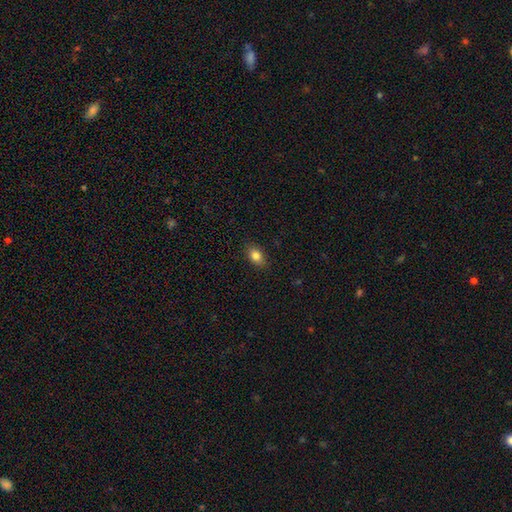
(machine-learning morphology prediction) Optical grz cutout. It shows a smooth galaxy with no disk features (83%) that is in between round and cigar-shaped (79%). Merging: none (86%).